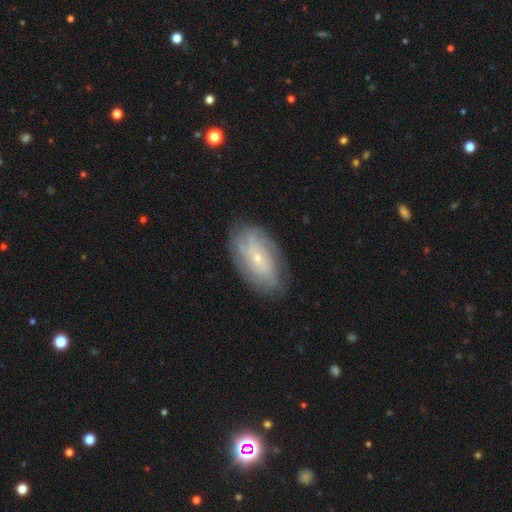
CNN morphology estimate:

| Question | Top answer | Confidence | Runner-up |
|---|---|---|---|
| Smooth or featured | featured or disk | 57% | smooth (31%) |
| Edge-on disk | no | 90% | yes (10%) |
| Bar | no | 62% | weak (29%) |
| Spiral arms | yes | 79% | no (21%) |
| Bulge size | small | 78% | moderate (18%) |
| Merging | none | 82% | minor disturbance (13%) |